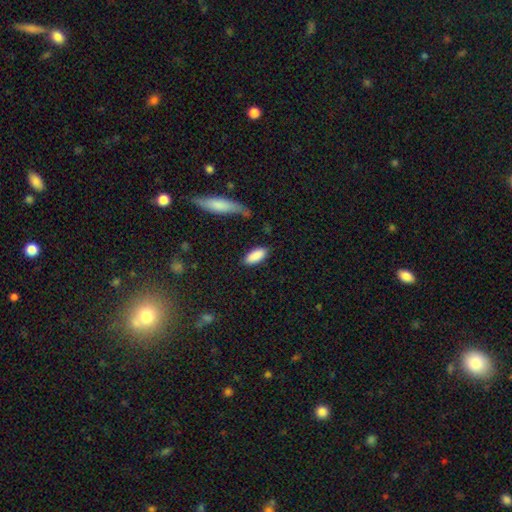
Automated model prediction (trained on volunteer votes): The model was most divided on "merging": none: 80%, minor disturbance: 13%, major disturbance: 3%, merger: 3%. More confident: smooth or featured — smooth (88%); how rounded — in between (84%).